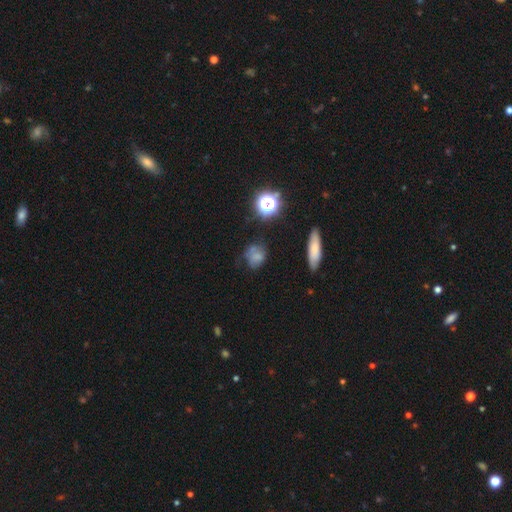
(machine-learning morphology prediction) smooth-or-featured: smooth: 64% | star or artifact: 18% | featured or disk: 18%
  how-rounded: round: 56% | in between: 42% | cigar-shaped: 3%
  merging: none: 56% | minor disturbance: 26% | major disturbance: 12% | merger: 7%